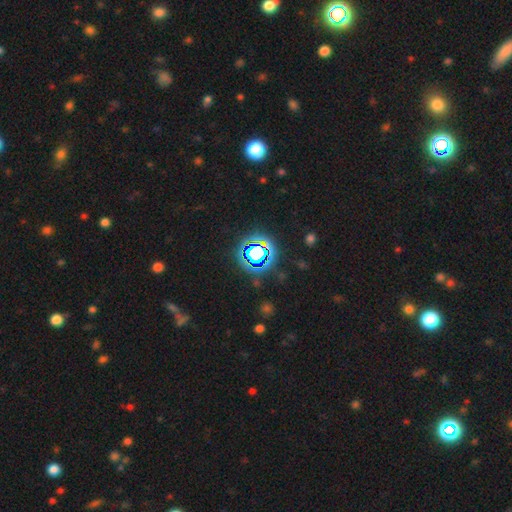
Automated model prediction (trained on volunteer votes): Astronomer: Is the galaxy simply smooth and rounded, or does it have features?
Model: star or artifact — 68%.